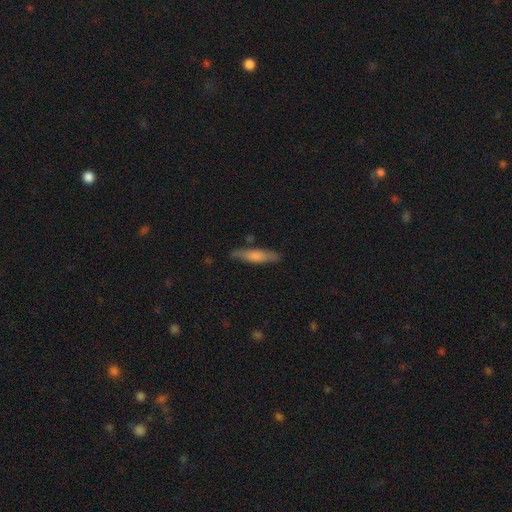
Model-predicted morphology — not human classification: This appears to be a smooth galaxy with no disk features (67%) that is cigar-shaped (79%). Merging: none (82%).